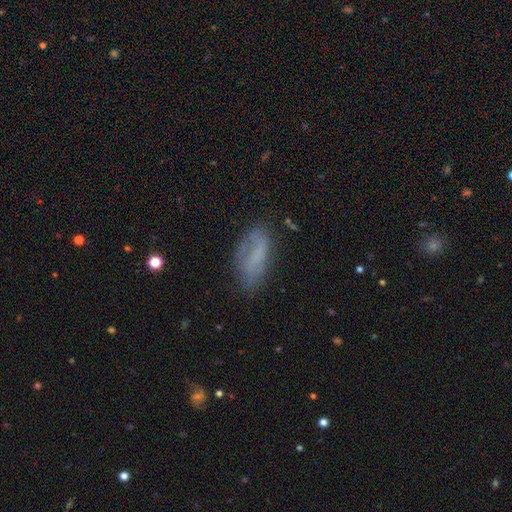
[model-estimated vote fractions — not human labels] Overall: smooth (61%; featured or disk 28%). How rounded: in between (84%). Merging: none (61%; minor disturbance 25%).